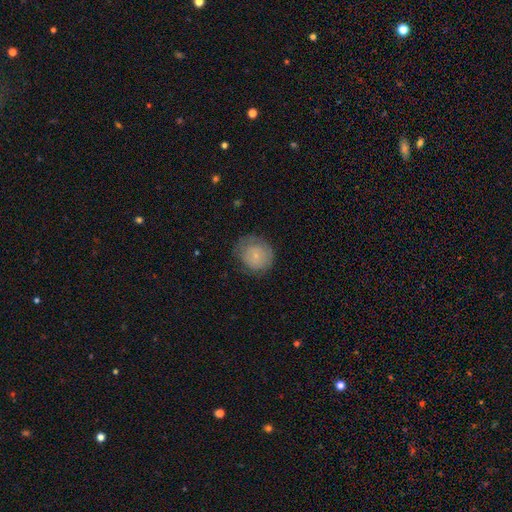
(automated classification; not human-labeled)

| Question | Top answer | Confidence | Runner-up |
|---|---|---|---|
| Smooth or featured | smooth | 67% | featured or disk (25%) |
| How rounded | round | 84% | in between (15%) |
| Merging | none | 66% | minor disturbance (23%) |